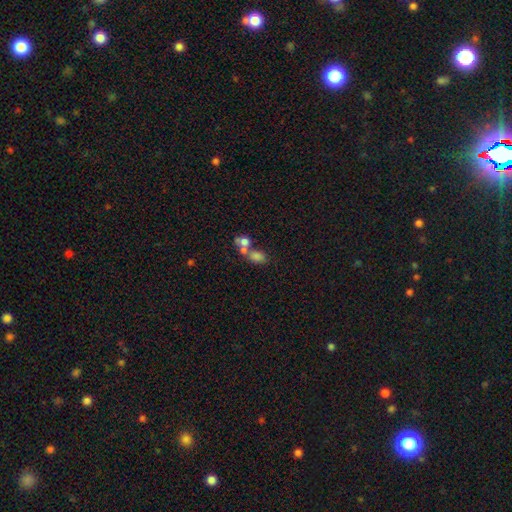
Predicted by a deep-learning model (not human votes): Smooth or featured? smooth (67%)
How rounded? in between (64%)
Merging? merger (61%)